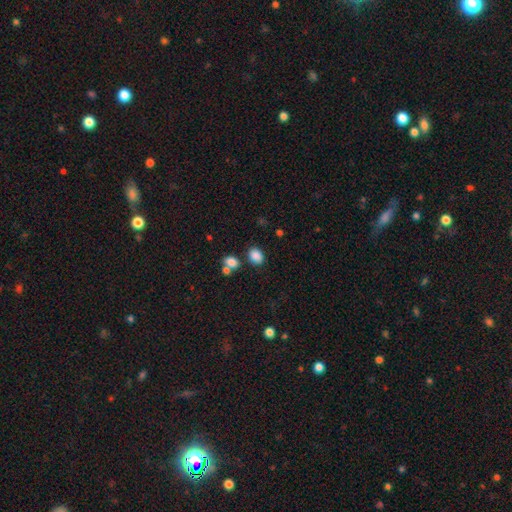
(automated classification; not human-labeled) Smooth or featured?
  - smooth: 86% *
  - star or artifact: 10%
  - featured or disk: 4%
How rounded?
  - in between: 62% *
  - round: 37%
  - cigar-shaped: 1%
Merging?
  - none: 71% *
  - minor disturbance: 12%
  - merger: 12%
  - major disturbance: 4%